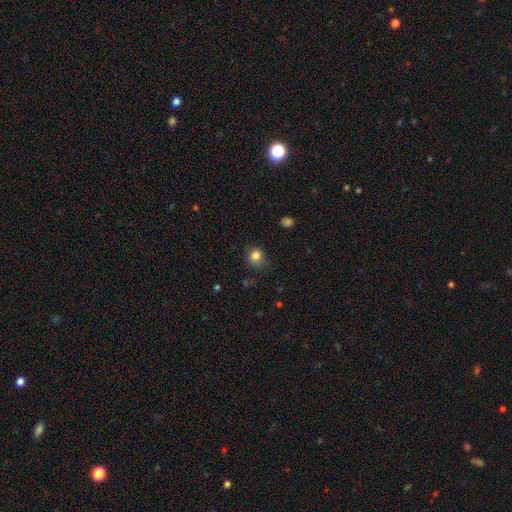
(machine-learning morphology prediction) smooth 83%, star or artifact 12%, featured or disk 6%. Down the decision tree: how rounded — round (81%); merging — none (76%).